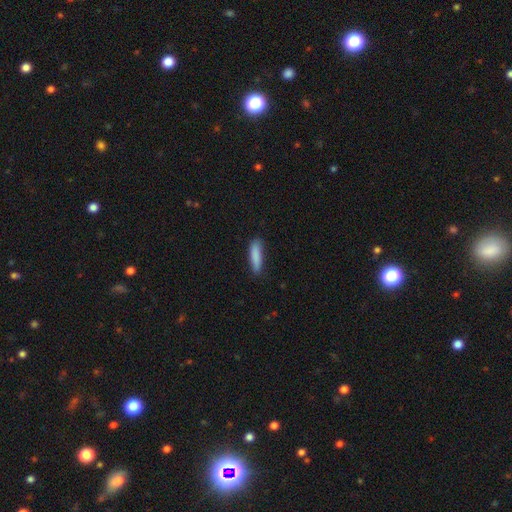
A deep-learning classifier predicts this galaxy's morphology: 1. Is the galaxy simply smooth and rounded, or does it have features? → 86% smooth, 8% featured or disk, 6% star or artifact.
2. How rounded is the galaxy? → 73% cigar-shaped, 26% in between, 1% round.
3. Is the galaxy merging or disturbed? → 79% none, 17% minor disturbance, 3% major disturbance, 1% merger.